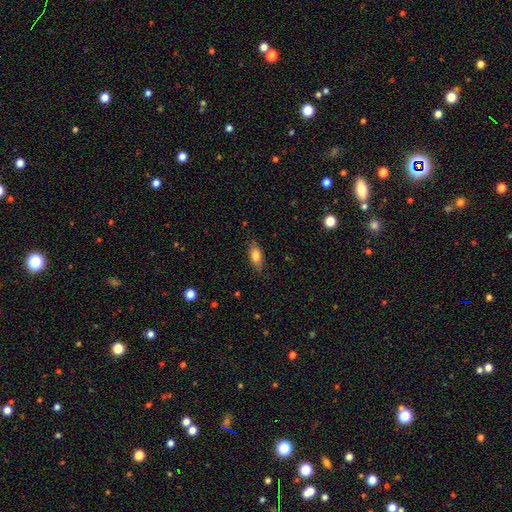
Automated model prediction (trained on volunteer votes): smooth_or_featured: smooth (p=0.77) [alt: featured or disk p=0.15]
how_rounded: in between (p=0.80) [alt: cigar-shaped p=0.17]
merging: none (p=0.83) [alt: minor disturbance p=0.13]